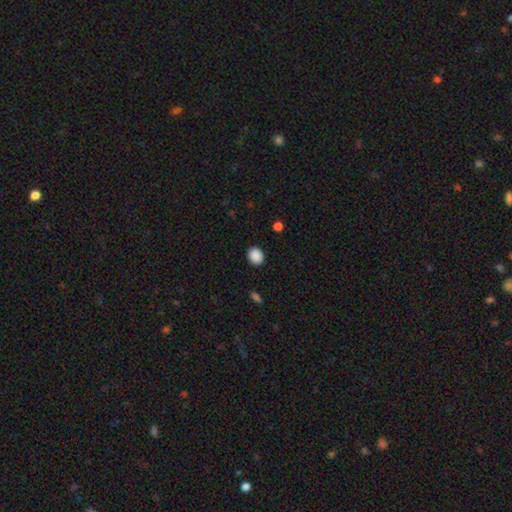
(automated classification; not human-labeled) Morphology: type=smooth (89%); roundness=round (65%); merging=none (90%).